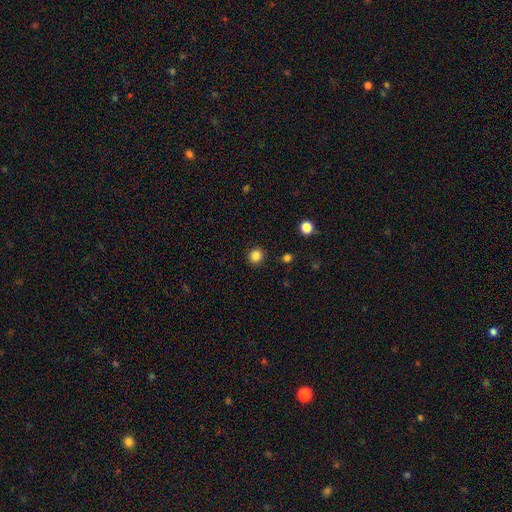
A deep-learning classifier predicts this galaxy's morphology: This appears to be a smooth galaxy with no disk features (85%) that is round (92%). Merging: none (91%).